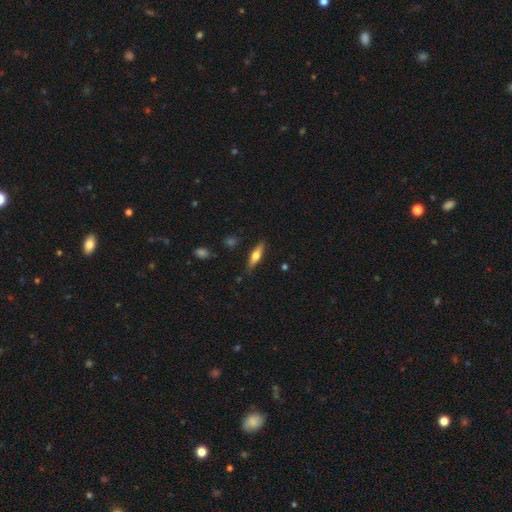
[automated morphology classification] Smooth or featured?
  - smooth: 53% *
  - featured or disk: 40%
  - star or artifact: 6%
How rounded?
  - cigar-shaped: 64% *
  - in between: 33%
  - round: 2%
Merging?
  - none: 83% *
  - minor disturbance: 13%
  - major disturbance: 3%
  - merger: 2%